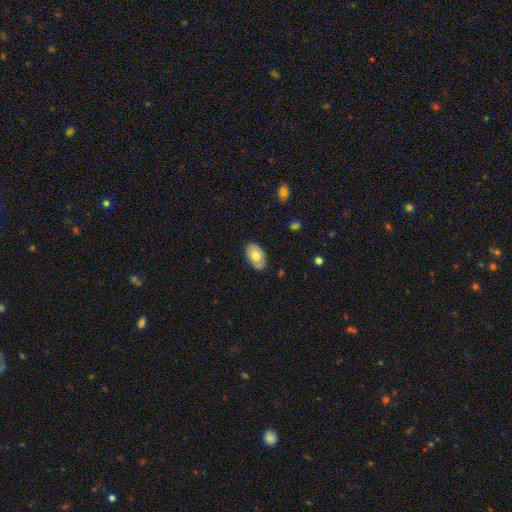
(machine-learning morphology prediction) type=smooth (61%); roundness=in between (91%); merging=none (82%).